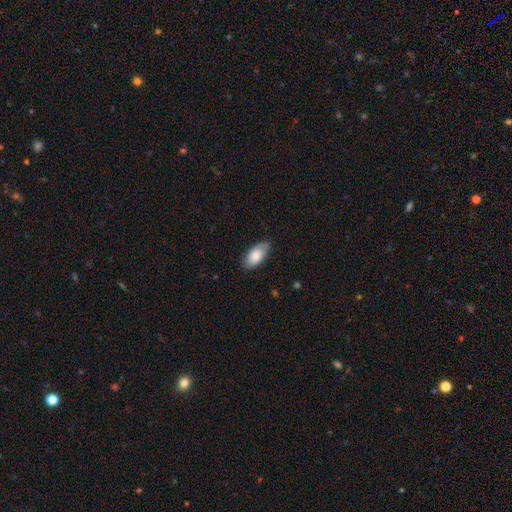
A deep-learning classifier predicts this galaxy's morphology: Q: Smooth or featured?
A: smooth (76%); runner-up: featured or disk (18%)
Q: How rounded?
A: in between (93%); runner-up: cigar-shaped (4%)
Q: Merging?
A: none (79%); runner-up: minor disturbance (17%)